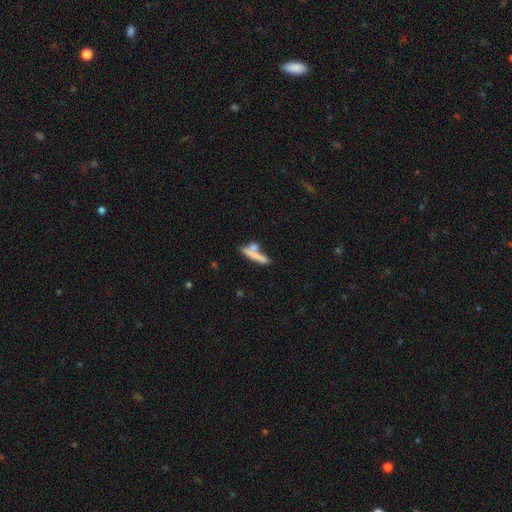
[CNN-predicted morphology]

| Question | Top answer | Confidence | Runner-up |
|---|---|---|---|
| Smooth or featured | smooth | 68% | featured or disk (24%) |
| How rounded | cigar-shaped | 84% | in between (14%) |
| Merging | none | 44% | merger (37%) |